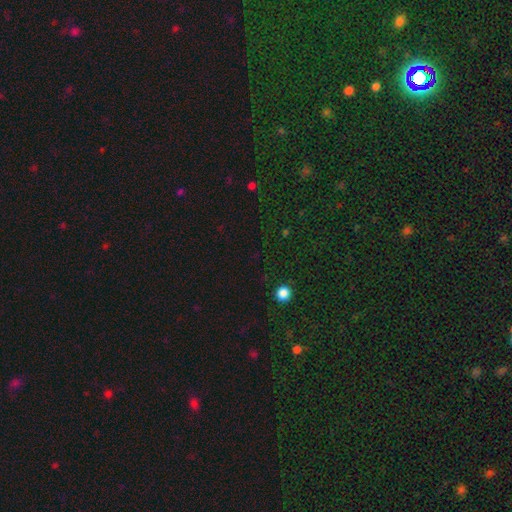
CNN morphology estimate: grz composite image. It shows a star or artifact, not a galaxy (53%).